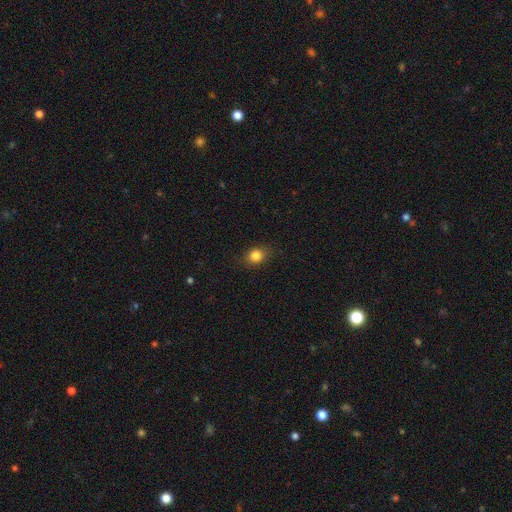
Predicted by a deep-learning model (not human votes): A smooth galaxy with no disk features (84%) that is round (59%). Merging: none (84%).